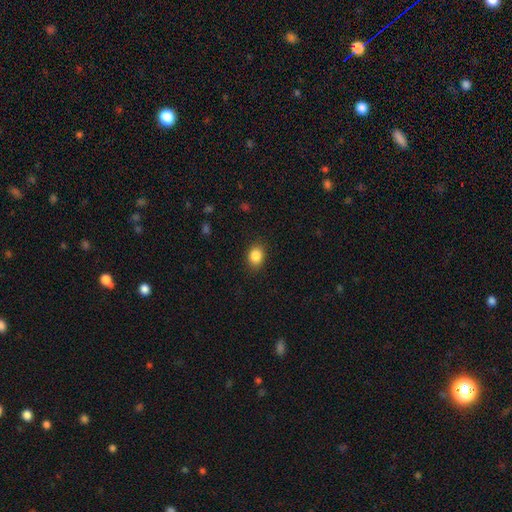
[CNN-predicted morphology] Q: Smooth or featured?
A: smooth (86%); runner-up: star or artifact (9%)
Q: How rounded?
A: in between (56%); runner-up: round (42%)
Q: Merging?
A: none (87%); runner-up: minor disturbance (10%)